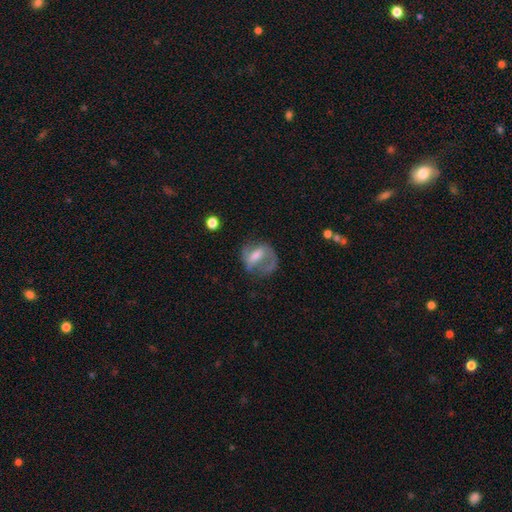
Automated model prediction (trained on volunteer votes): Smooth or featured? Predicted: featured or disk (p=0.61). Edge-on disk? Predicted: no (p=0.95). Bar? Predicted: weak (p=0.43). Spiral arms? Predicted: yes (p=0.69). Bulge size? Predicted: moderate (p=0.46). Merging? Predicted: none (p=0.41).